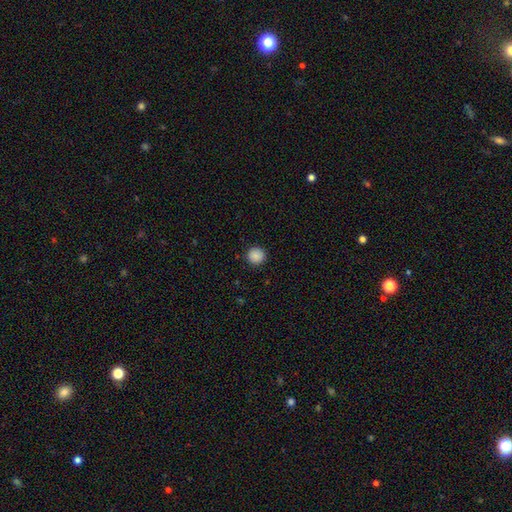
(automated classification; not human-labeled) smooth 88%, star or artifact 9%, featured or disk 3%. Down the decision tree: how rounded — round (95%); merging — none (92%).